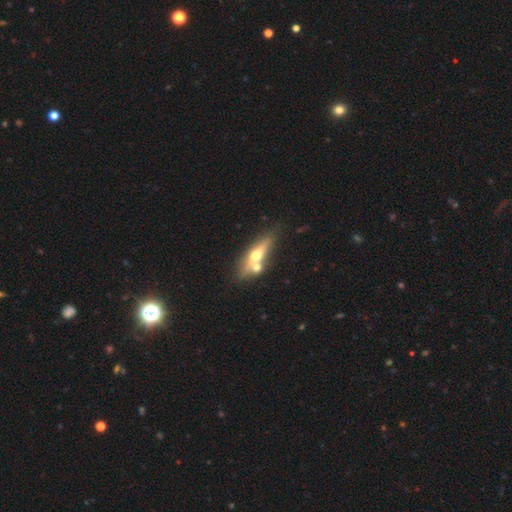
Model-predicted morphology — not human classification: The model was most divided on "smooth or featured": featured or disk: 53%, smooth: 39%, star or artifact: 7%. More confident: edge-on disk — yes (80%); merging — none (60%).